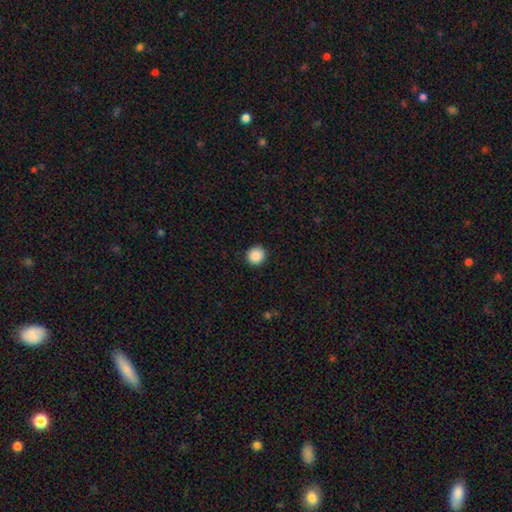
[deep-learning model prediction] smooth_or_featured: smooth (p=0.89) [alt: star or artifact p=0.09]
how_rounded: round (p=0.94) [alt: in between p=0.05]
merging: none (p=0.92) [alt: minor disturbance p=0.05]